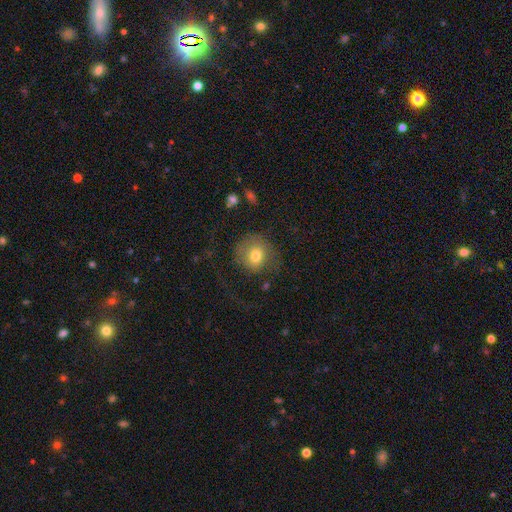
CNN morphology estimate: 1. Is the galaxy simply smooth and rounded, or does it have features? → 72% smooth, 18% featured or disk, 10% star or artifact.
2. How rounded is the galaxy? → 82% round, 17% in between, 1% cigar-shaped.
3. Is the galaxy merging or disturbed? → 52% none, 27% major disturbance, 19% minor disturbance, 2% merger.